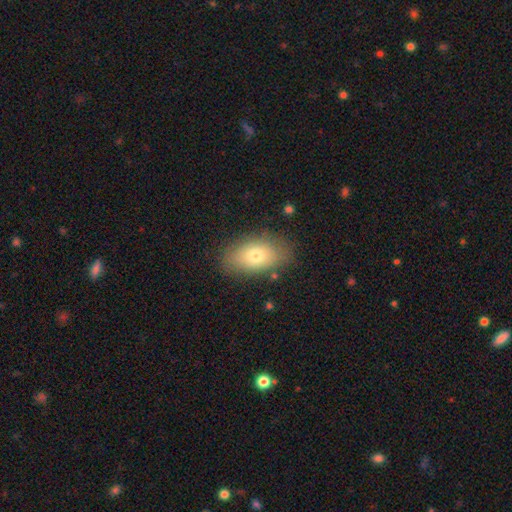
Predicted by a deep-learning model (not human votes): smooth 74%, featured or disk 17%, star or artifact 9%. Down the decision tree: how rounded — in between (89%); merging — none (82%).